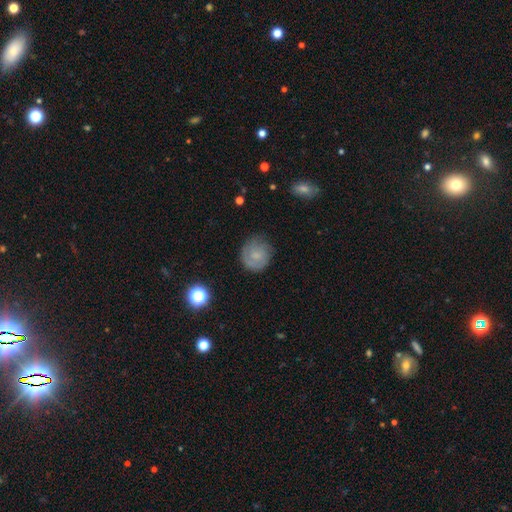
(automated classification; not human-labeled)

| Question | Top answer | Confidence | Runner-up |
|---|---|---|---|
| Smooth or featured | smooth | 60% | featured or disk (31%) |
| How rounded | round | 83% | in between (16%) |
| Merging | none | 72% | minor disturbance (20%) |